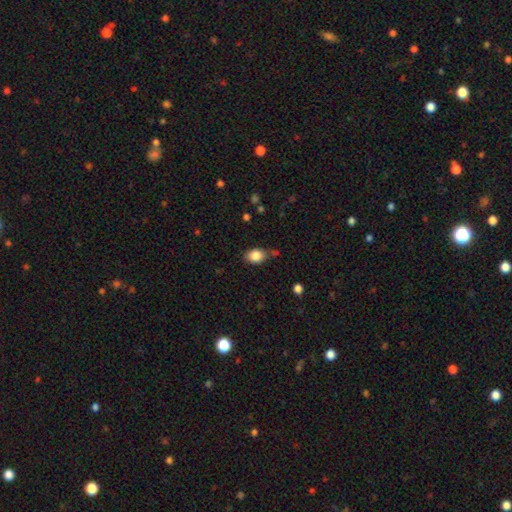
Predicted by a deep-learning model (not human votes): smooth_or_featured: smooth (p=0.86) [alt: star or artifact p=0.09]
how_rounded: in between (p=0.73) [alt: round p=0.26]
merging: none (p=0.75) [alt: minor disturbance p=0.16]